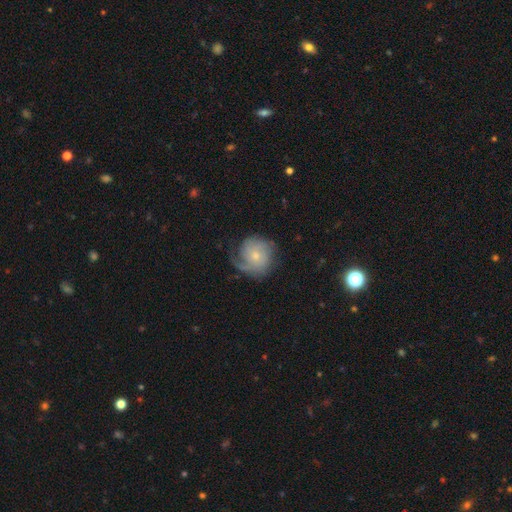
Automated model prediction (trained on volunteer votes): Smooth or featured: featured or disk — 64% (smooth — 29%)
Edge-on disk: no — 98% (yes — 2%)
Bar: no — 75% (weak — 22%)
Spiral arms: yes — 90% (no — 10%)
Spiral winding: tight — 46% (medium — 33%)
Spiral arm count: 1 — 43% (2 — 26%)
Bulge size: small — 62% (moderate — 31%)
Merging: none — 57% (minor disturbance — 23%)